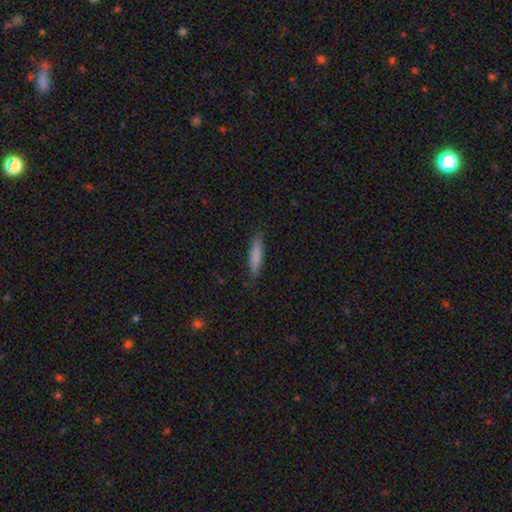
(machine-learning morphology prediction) Q: Smooth or featured?
A: smooth (81%); runner-up: featured or disk (13%)
Q: How rounded?
A: cigar-shaped (81%); runner-up: in between (17%)
Q: Merging?
A: none (85%); runner-up: minor disturbance (12%)